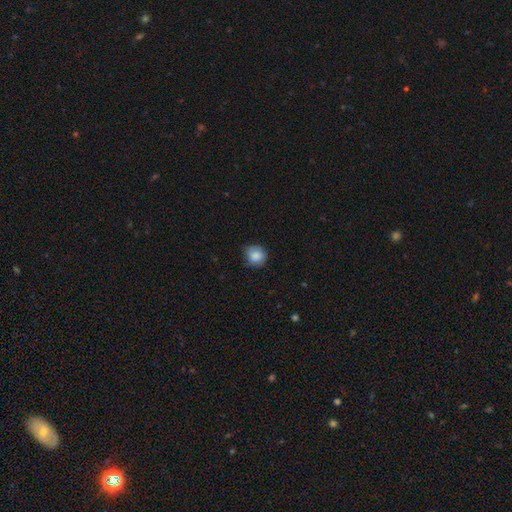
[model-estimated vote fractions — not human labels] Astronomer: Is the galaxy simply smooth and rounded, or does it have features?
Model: smooth — 85%.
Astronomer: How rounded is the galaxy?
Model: round — 85%.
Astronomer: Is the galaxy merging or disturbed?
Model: none — 71%.